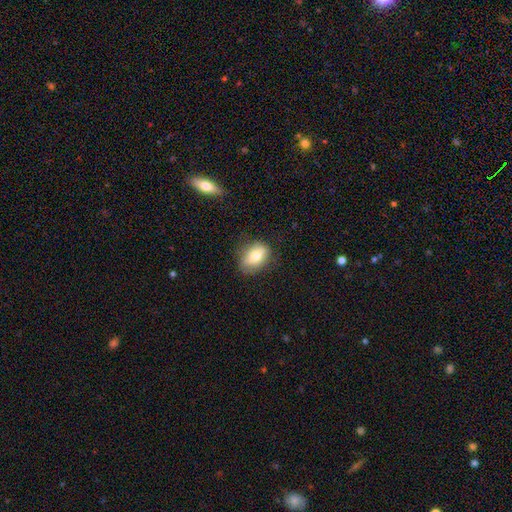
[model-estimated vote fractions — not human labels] Overall: smooth (72%). How rounded: in between (75%). Merging: none (76%).